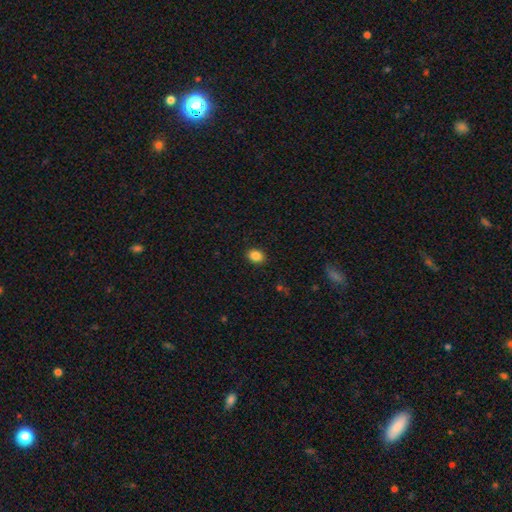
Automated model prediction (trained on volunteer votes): Smooth or featured? smooth (87%)
How rounded? in between (61%)
Merging? none (89%)